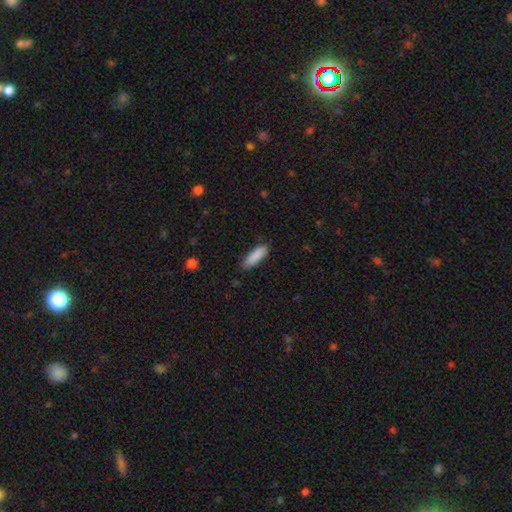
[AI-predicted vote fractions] The model was most divided on "how rounded": cigar-shaped: 51%, in between: 48%, round: 1%. More confident: smooth or featured — smooth (88%); merging — none (78%).